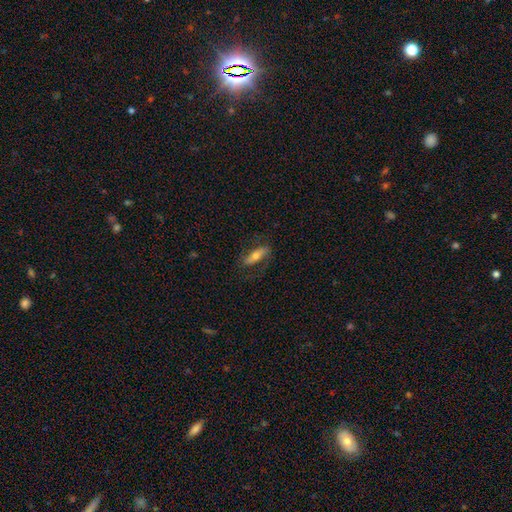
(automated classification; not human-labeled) Q: Smooth or featured?
A: featured or disk (47%); runner-up: smooth (46%)
Q: Merging?
A: none (71%); runner-up: minor disturbance (18%)